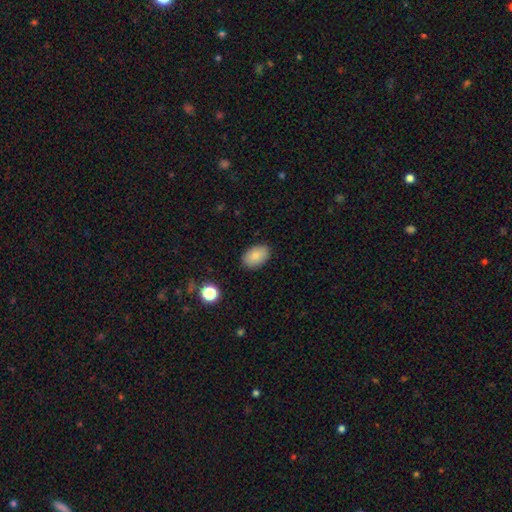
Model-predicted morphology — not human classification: Q: Smooth or featured?
A: smooth (84%); runner-up: featured or disk (8%)
Q: How rounded?
A: in between (90%); runner-up: round (9%)
Q: Merging?
A: none (87%); runner-up: minor disturbance (10%)